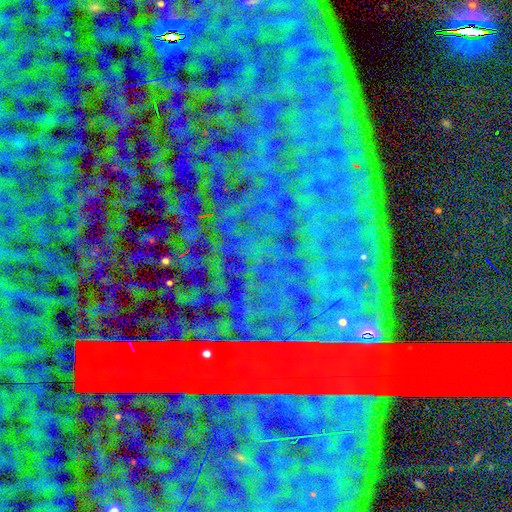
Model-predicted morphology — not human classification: Q: Smooth or featured?
A: star or artifact (87%); runner-up: featured or disk (7%)